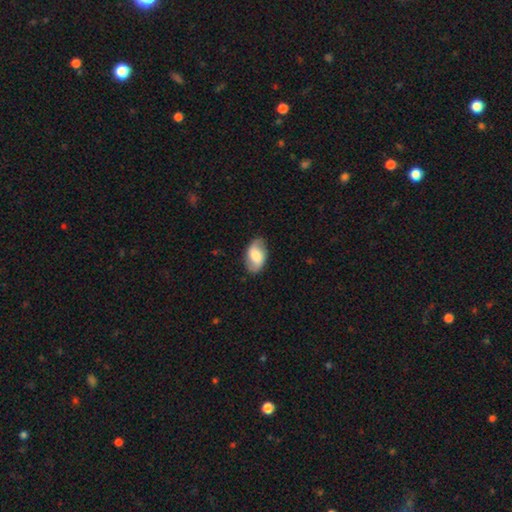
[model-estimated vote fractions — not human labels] smooth-or-featured: smooth: 51% | featured or disk: 42% | star or artifact: 7%
  how-rounded: in between: 93% | round: 5% | cigar-shaped: 2%
  merging: none: 82% | minor disturbance: 13% | major disturbance: 3% | merger: 1%